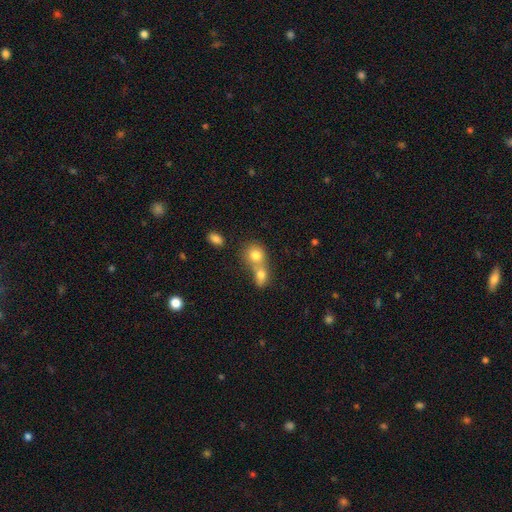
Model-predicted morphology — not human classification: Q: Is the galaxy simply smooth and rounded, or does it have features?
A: smooth — 78%.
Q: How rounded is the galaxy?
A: round — 72%.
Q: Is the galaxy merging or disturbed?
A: merger — 65%.